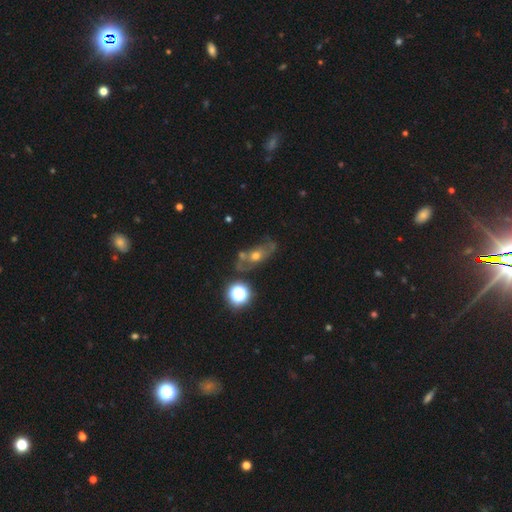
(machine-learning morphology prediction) Smooth or featured? Predicted: featured or disk (p=0.44). Merging? Predicted: none (p=0.51).